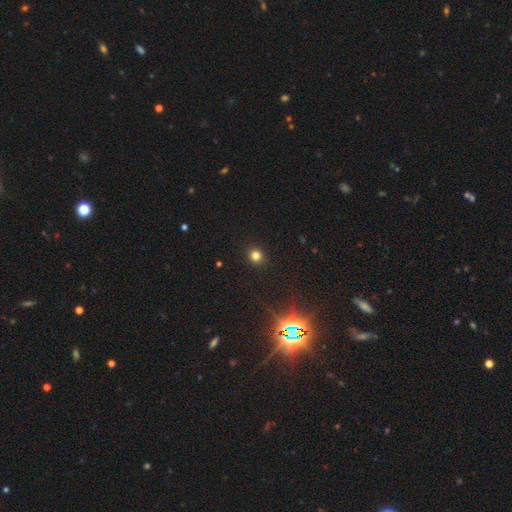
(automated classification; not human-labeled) Q: Smooth or featured?
A: smooth (78%); runner-up: star or artifact (17%)
Q: How rounded?
A: round (89%); runner-up: in between (10%)
Q: Merging?
A: none (92%); runner-up: minor disturbance (5%)